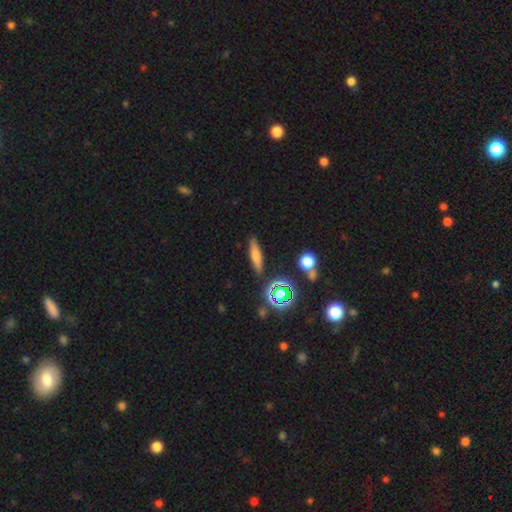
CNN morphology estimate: smooth-or-featured: smooth: 56% | featured or disk: 28% | star or artifact: 15%
  how-rounded: cigar-shaped: 73% | in between: 20% | round: 6%
  merging: none: 86% | minor disturbance: 9% | merger: 3% | major disturbance: 2%